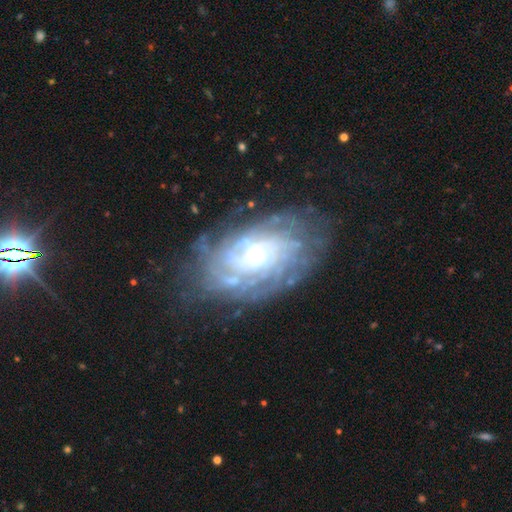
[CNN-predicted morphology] featured or disk 83%, smooth 10%, star or artifact 7%. Down the decision tree: edge-on disk — no (96%); bar — no (74%); spiral arms — yes (94%); spiral arm count — can't tell (42%); spiral winding — tight (73%); bulge size — small (55%); merging — none (71%).